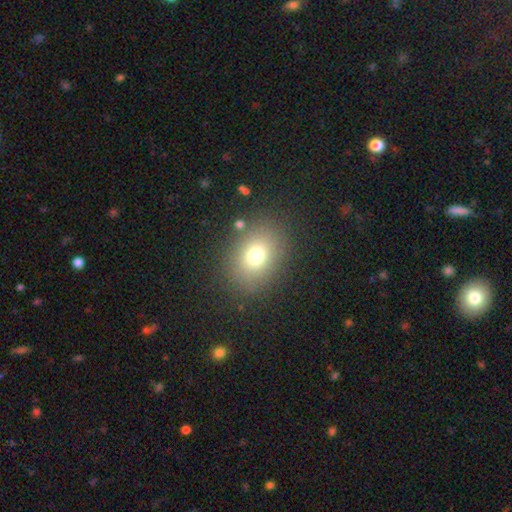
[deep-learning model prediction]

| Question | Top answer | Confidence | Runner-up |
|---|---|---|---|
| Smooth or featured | smooth | 73% | star or artifact (15%) |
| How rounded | in between | 56% | round (43%) |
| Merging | none | 84% | minor disturbance (9%) |